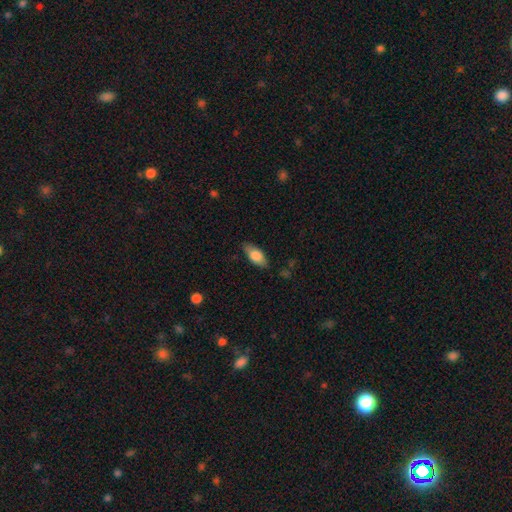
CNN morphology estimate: type=smooth (77%); roundness=in between (86%); merging=none (81%).